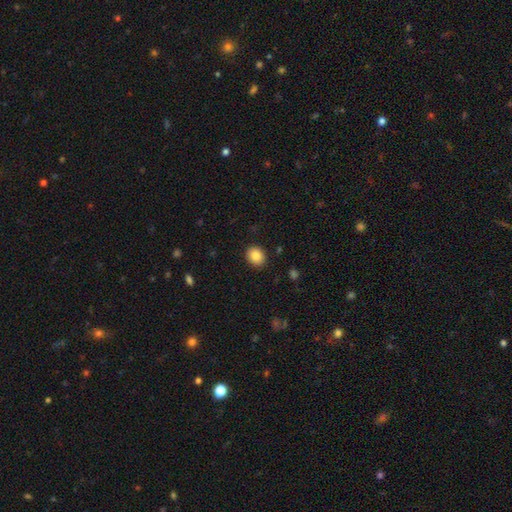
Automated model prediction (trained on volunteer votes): smooth-or-featured: smooth: 87% | star or artifact: 9% | featured or disk: 4%
  how-rounded: round: 69% | in between: 30% | cigar-shaped: 1%
  merging: none: 90% | minor disturbance: 7% | major disturbance: 2% | merger: 1%